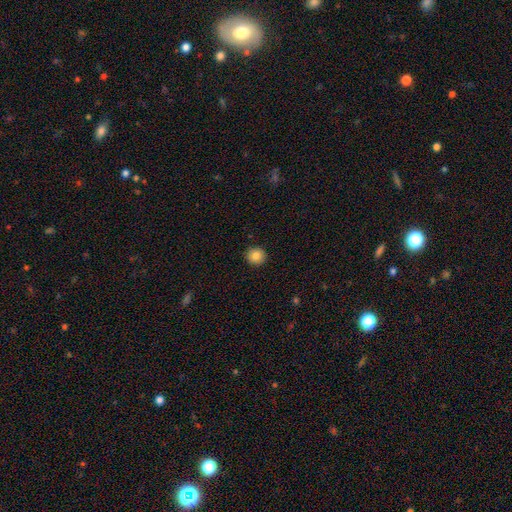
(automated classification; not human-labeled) Smooth or featured? Predicted: smooth (p=0.84). How rounded? Predicted: round (p=0.91). Merging? Predicted: none (p=0.92).